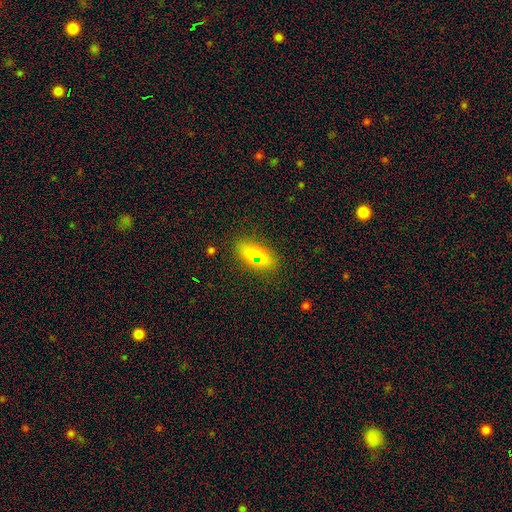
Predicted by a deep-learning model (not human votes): Q: Smooth or featured?
A: smooth (68%); runner-up: star or artifact (16%)
Q: How rounded?
A: in between (85%); runner-up: cigar-shaped (8%)
Q: Merging?
A: none (82%); runner-up: minor disturbance (12%)